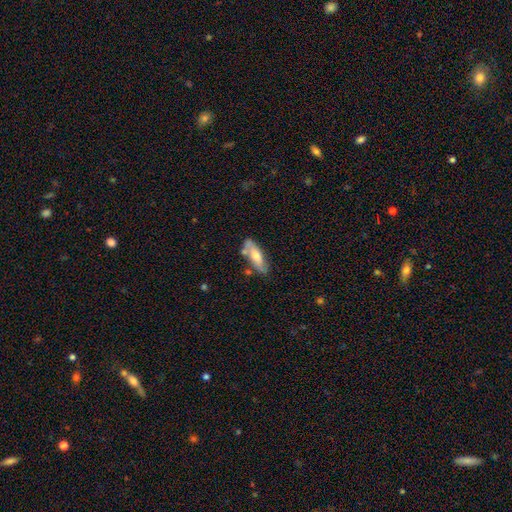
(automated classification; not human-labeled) This appears to be a smooth galaxy with no disk features (52%) that is in between round and cigar-shaped (59%). Merging: none (63%).